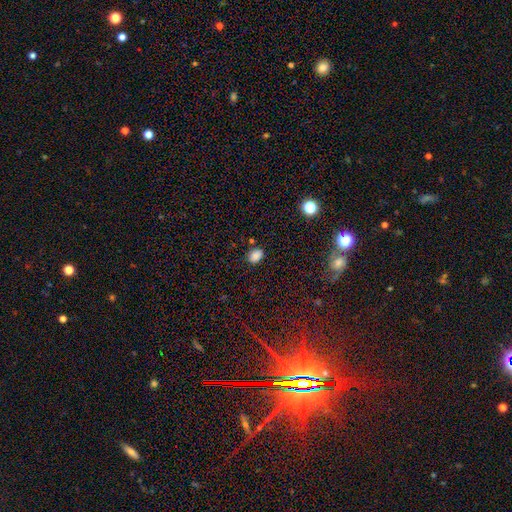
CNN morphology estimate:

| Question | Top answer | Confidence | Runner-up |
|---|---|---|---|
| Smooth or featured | smooth | 83% | star or artifact (12%) |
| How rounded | in between | 69% | round (30%) |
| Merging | none | 82% | minor disturbance (12%) |